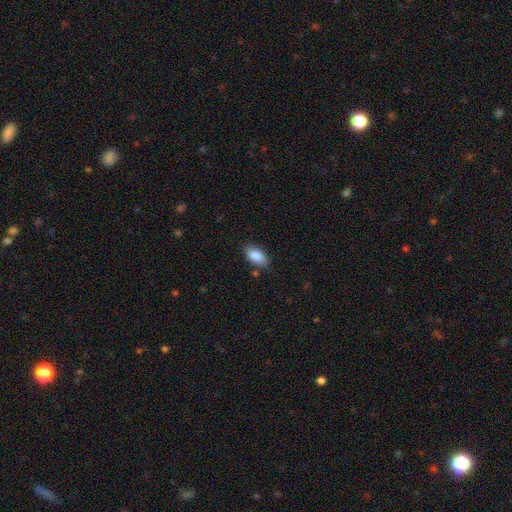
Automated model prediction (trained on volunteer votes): Morphology: type=smooth (87%); roundness=in between (93%); merging=none (83%).